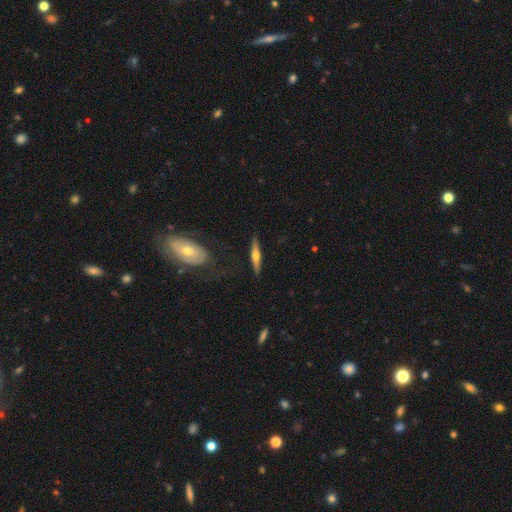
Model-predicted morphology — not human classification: smooth-or-featured: featured or disk: 61% | smooth: 33% | star or artifact: 5%
  disk-edge-on: yes: 94% | no: 6%
    edge-on-bulge: rounded: 91% | none: 6% | boxy: 3%
  merging: none: 85% | minor disturbance: 10% | major disturbance: 2% | merger: 2%